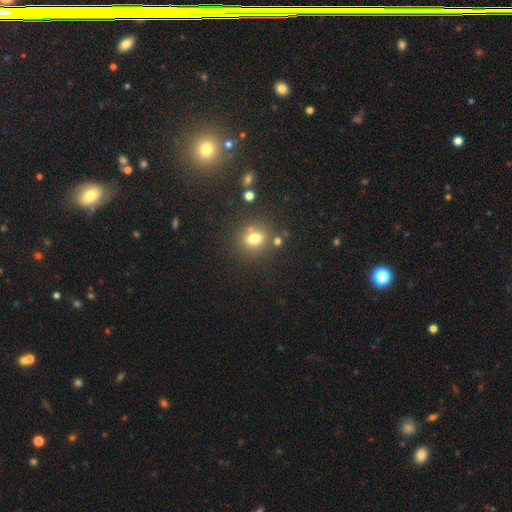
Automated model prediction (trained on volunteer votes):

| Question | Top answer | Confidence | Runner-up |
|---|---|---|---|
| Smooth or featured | smooth | 49% | star or artifact (44%) |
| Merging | none | 85% | minor disturbance (6%) |